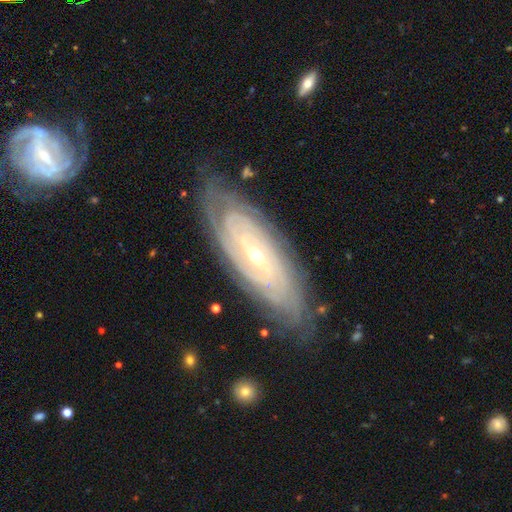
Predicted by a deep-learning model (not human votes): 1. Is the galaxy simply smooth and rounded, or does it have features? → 88% featured or disk, 7% smooth, 5% star or artifact.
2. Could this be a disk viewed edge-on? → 89% no, 11% yes.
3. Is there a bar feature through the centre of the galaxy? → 61% no, 27% weak, 12% strong.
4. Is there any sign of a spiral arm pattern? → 96% yes, 4% no.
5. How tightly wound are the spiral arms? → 85% tight, 13% medium, 3% loose.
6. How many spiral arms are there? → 43% can't tell, 17% 2, 14% 4, 13% 3, 9% more than 4, 5% 1.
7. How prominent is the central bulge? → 57% small, 40% moderate, 1% large, 1% none, 1% dominant.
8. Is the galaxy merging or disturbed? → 79% none, 15% minor disturbance, 4% major disturbance, 2% merger.